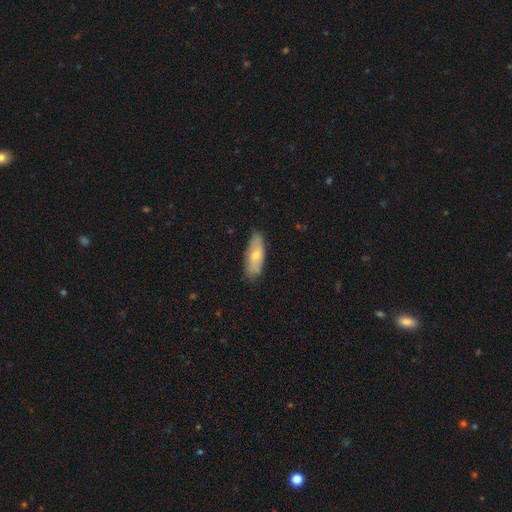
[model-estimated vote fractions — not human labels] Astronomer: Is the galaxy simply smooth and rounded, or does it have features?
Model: smooth — 69%.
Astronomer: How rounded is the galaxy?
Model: in between — 68%.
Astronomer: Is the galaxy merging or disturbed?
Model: none — 81%.